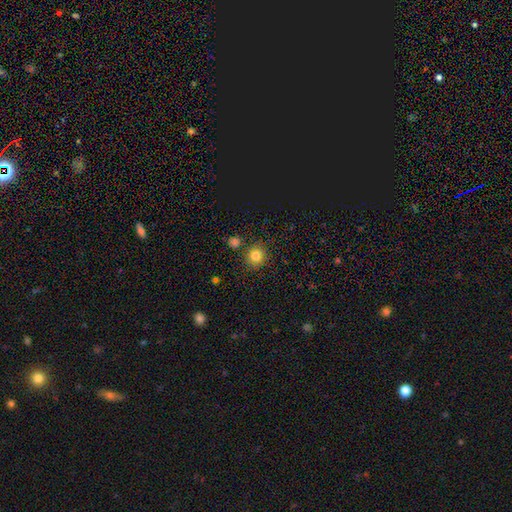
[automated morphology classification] This is clearly a smooth galaxy (81%). How rounded: clearly round (88%). Merging: clearly none (84%).